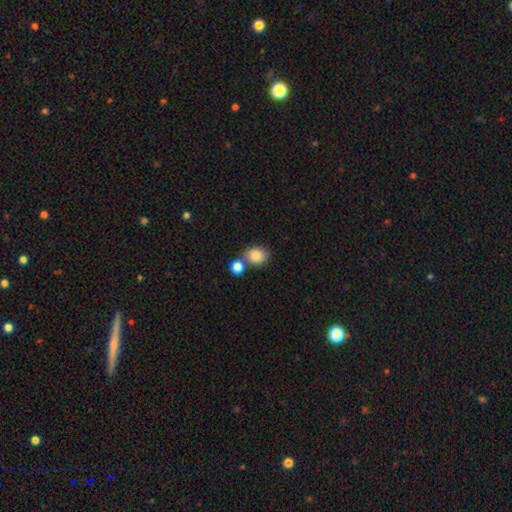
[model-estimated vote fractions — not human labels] This is clearly a smooth galaxy (85%). How rounded: likely round (62%). Merging: possibly none (53%).